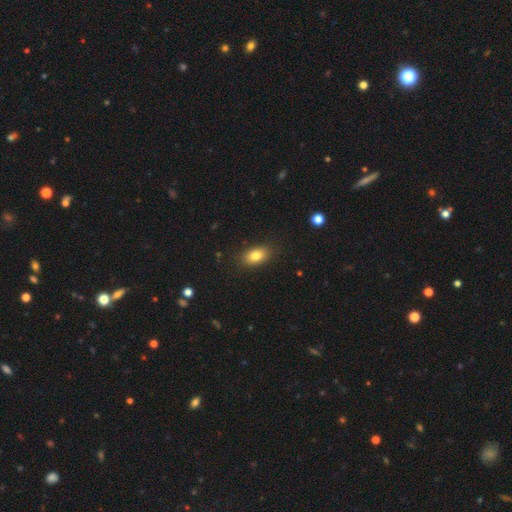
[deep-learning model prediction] Smooth or featured: smooth — 82% (featured or disk — 9%)
How rounded: in between — 88% (round — 10%)
Merging: none — 86% (minor disturbance — 10%)